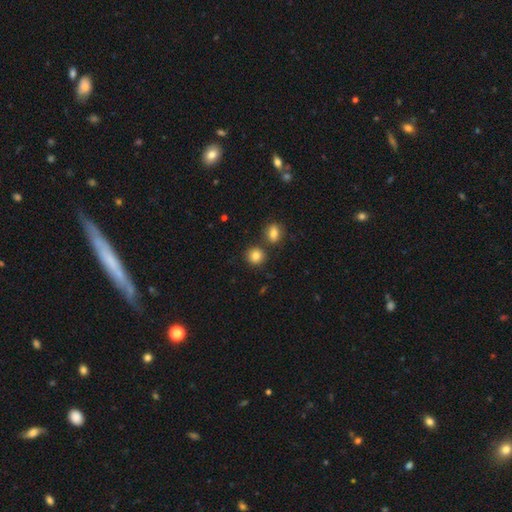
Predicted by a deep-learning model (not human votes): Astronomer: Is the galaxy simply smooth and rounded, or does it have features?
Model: smooth — 84%.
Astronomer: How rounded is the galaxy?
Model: round — 87%.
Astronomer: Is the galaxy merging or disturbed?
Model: none — 76%.